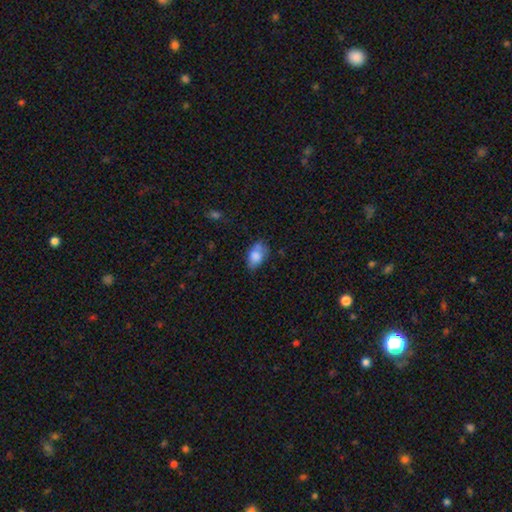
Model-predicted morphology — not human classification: This appears to be a smooth galaxy with no disk features (78%) that is in between round and cigar-shaped (87%). Merging: none (55%).